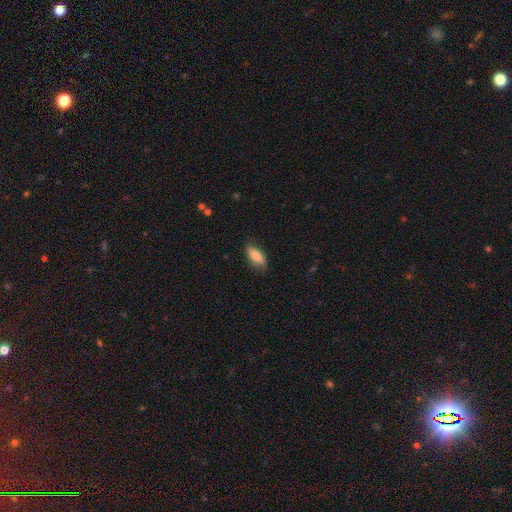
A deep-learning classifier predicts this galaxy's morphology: smooth-or-featured: smooth: 78% | featured or disk: 16% | star or artifact: 7%
  how-rounded: in between: 81% | cigar-shaped: 16% | round: 3%
  merging: none: 75% | minor disturbance: 20% | major disturbance: 4% | merger: 1%